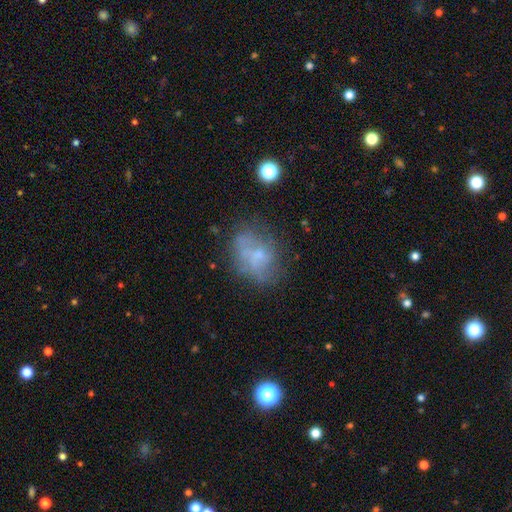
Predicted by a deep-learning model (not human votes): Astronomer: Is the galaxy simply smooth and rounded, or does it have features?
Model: smooth — 43% (runner-up: featured or disk, 42%).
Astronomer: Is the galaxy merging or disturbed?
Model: none — 51%.